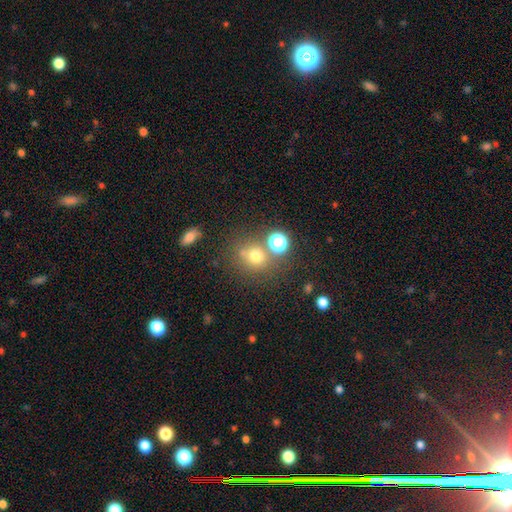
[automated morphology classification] Smooth or featured?
  - smooth: 68% *
  - star or artifact: 21%
  - featured or disk: 11%
How rounded?
  - round: 82% *
  - in between: 17%
  - cigar-shaped: 1%
Merging?
  - none: 63% *
  - merger: 19%
  - minor disturbance: 12%
  - major disturbance: 6%